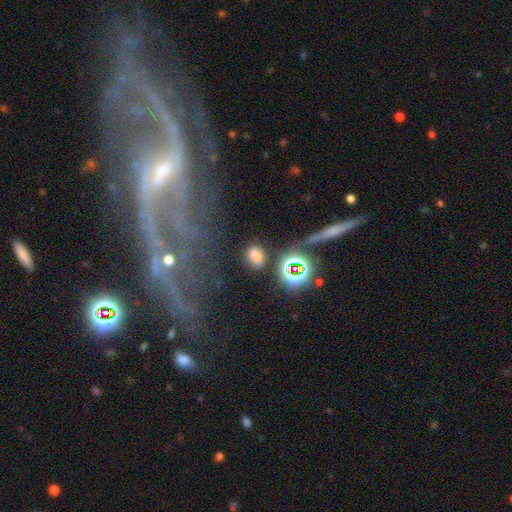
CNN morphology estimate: Q: Smooth or featured?
A: smooth (70%); runner-up: star or artifact (21%)
Q: How rounded?
A: in between (72%); runner-up: round (25%)
Q: Merging?
A: none (74%); runner-up: minor disturbance (13%)